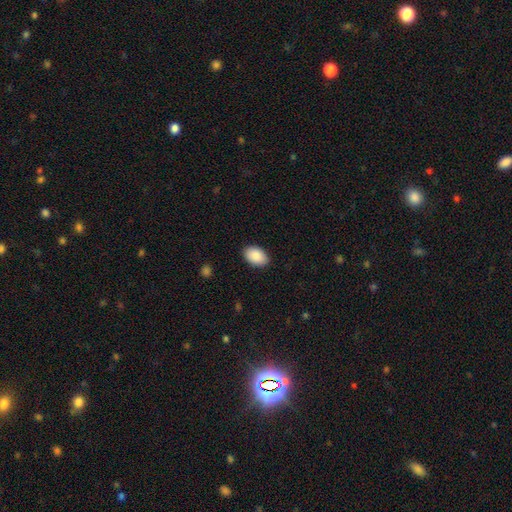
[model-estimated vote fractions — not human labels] The model was most divided on "merging": none: 88%, minor disturbance: 9%, major disturbance: 2%, merger: 1%. More confident: how rounded — in between (90%); smooth or featured — smooth (89%).